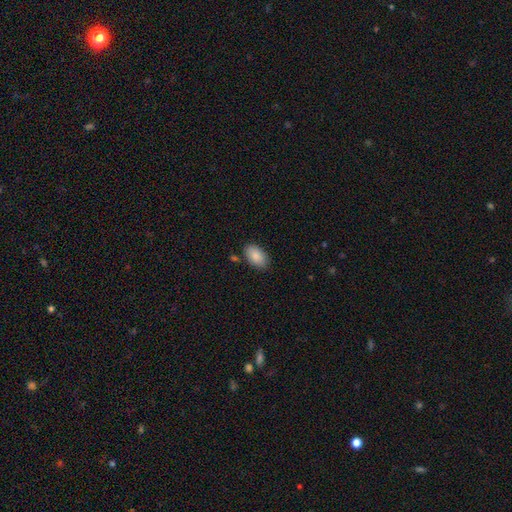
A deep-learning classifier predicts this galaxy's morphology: Smooth or featured?
  - smooth: 87% *
  - star or artifact: 7%
  - featured or disk: 7%
How rounded?
  - in between: 94% *
  - round: 5%
  - cigar-shaped: 2%
Merging?
  - none: 82% *
  - minor disturbance: 12%
  - merger: 3%
  - major disturbance: 3%